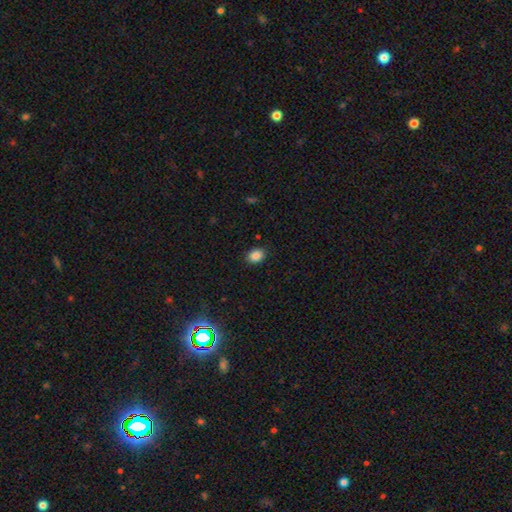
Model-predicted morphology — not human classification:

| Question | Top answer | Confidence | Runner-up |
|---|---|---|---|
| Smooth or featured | smooth | 87% | star or artifact (9%) |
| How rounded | in between | 69% | round (30%) |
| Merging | none | 87% | minor disturbance (9%) |